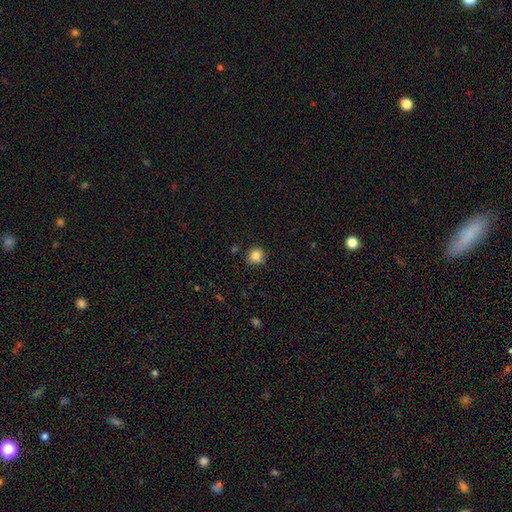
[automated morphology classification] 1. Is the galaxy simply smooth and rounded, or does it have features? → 84% smooth, 11% star or artifact, 5% featured or disk.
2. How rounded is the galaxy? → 88% round, 11% in between, 1% cigar-shaped.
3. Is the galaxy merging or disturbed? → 83% none, 12% minor disturbance, 2% major disturbance, 2% merger.